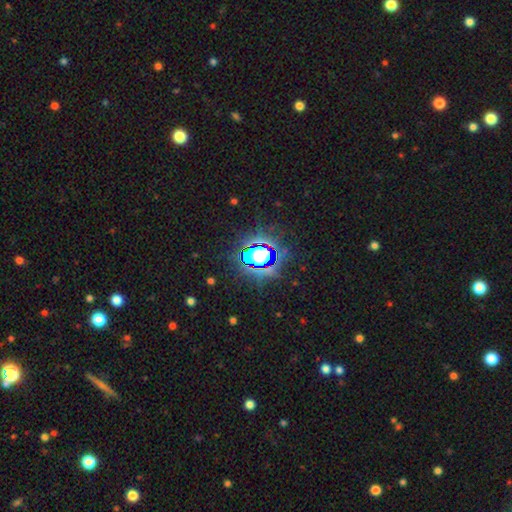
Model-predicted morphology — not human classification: Overall: star or artifact (70%).